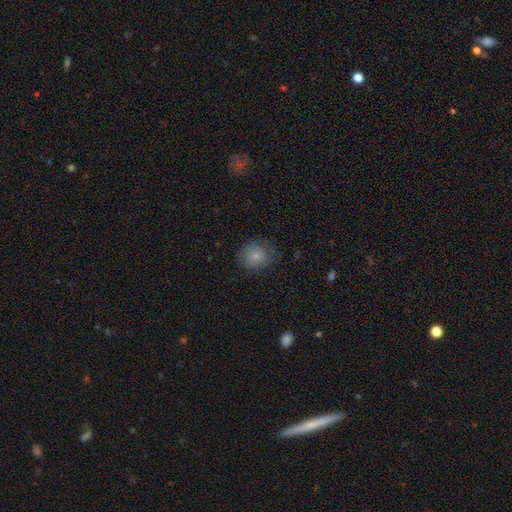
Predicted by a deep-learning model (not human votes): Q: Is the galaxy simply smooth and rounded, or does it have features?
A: smooth — 82%.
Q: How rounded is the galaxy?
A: round — 71%.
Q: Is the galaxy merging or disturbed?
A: none — 73%.